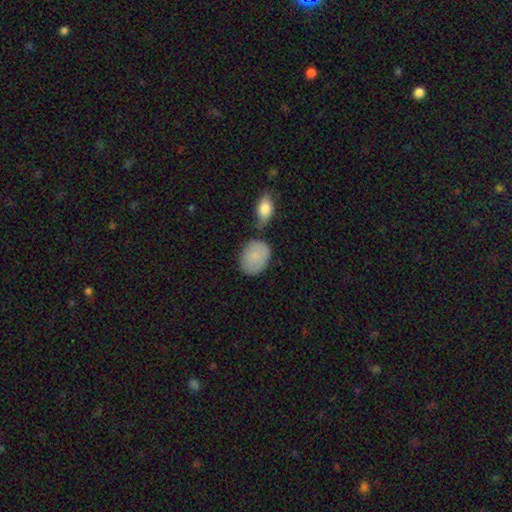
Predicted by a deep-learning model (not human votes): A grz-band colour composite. It shows a smooth galaxy with no disk features (82%) that is in between round and cigar-shaped (60%). Merging: none (63%).